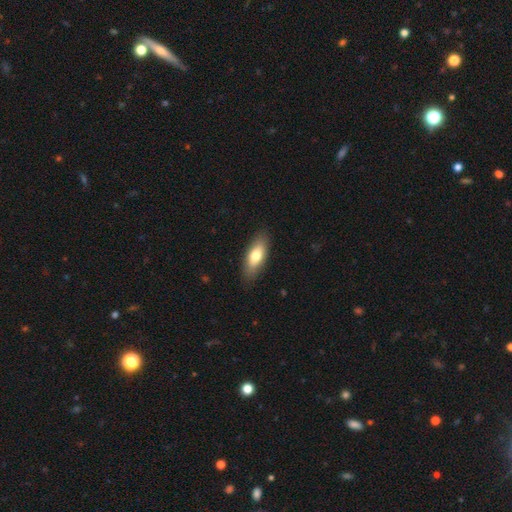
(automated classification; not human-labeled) Overall: smooth (72%). How rounded: in between (74%). Merging: none (86%).